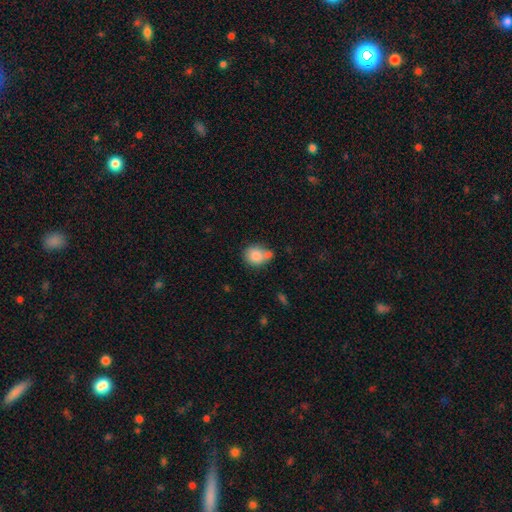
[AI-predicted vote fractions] smooth-or-featured: smooth: 83% | featured or disk: 9% | star or artifact: 8%
  how-rounded: round: 71% | in between: 28% | cigar-shaped: 1%
  merging: none: 44% | merger: 29% | minor disturbance: 20% | major disturbance: 6%